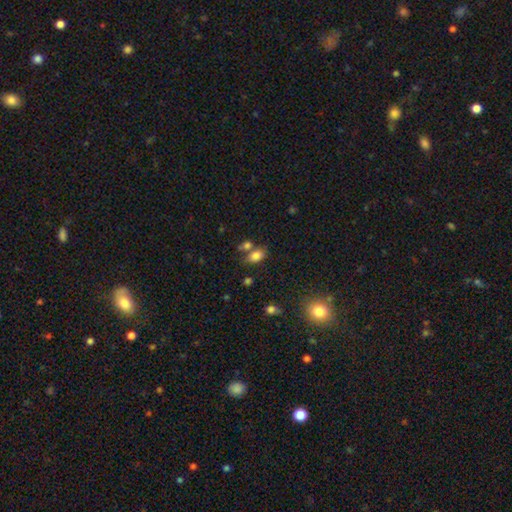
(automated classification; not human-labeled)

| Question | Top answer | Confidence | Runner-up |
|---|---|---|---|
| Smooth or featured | smooth | 81% | star or artifact (10%) |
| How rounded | in between | 88% | round (9%) |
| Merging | none | 57% | merger (25%) |